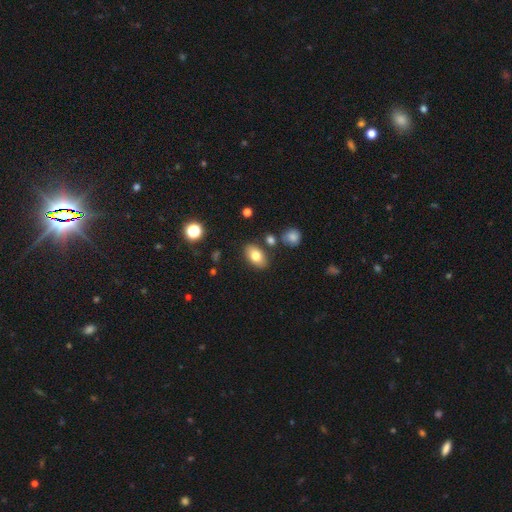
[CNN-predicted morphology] Smooth or featured?
  - smooth: 77% *
  - featured or disk: 14%
  - star or artifact: 9%
How rounded?
  - in between: 89% *
  - round: 9%
  - cigar-shaped: 2%
Merging?
  - none: 81% *
  - minor disturbance: 11%
  - merger: 5%
  - major disturbance: 3%